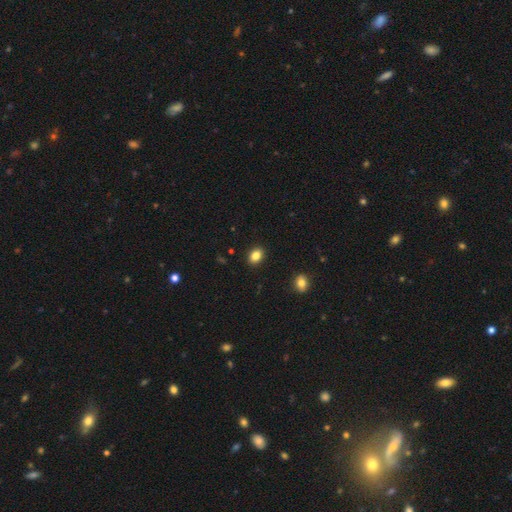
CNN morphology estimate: A smooth galaxy with no disk features (84%) that is in between round and cigar-shaped (59%). Merging: none (90%).